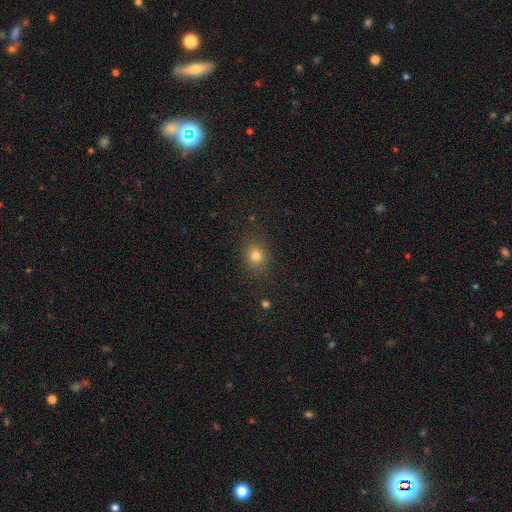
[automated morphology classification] This is likely a smooth galaxy (79%). How rounded: likely round (64%). Merging: clearly none (85%).